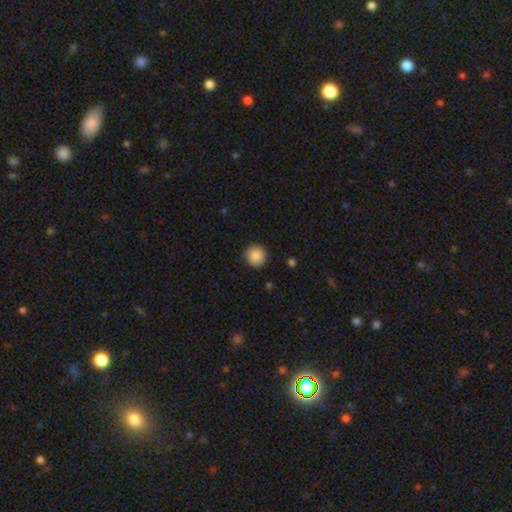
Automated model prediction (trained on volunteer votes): smooth_or_featured: smooth (p=0.88) [alt: star or artifact p=0.08]
how_rounded: round (p=0.94) [alt: in between p=0.05]
merging: none (p=0.90) [alt: minor disturbance p=0.07]